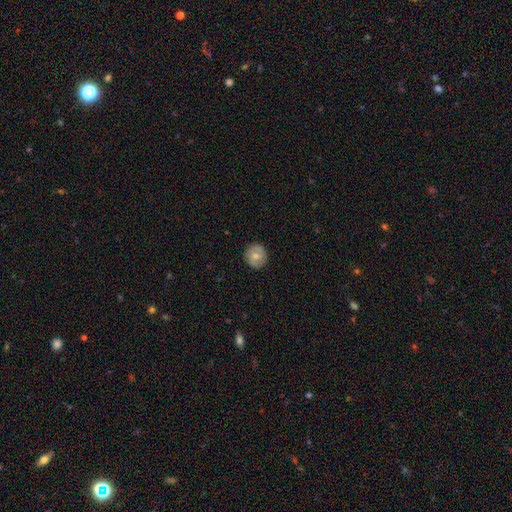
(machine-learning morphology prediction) Smooth or featured? smooth (64%)
How rounded? round (88%)
Merging? none (88%)